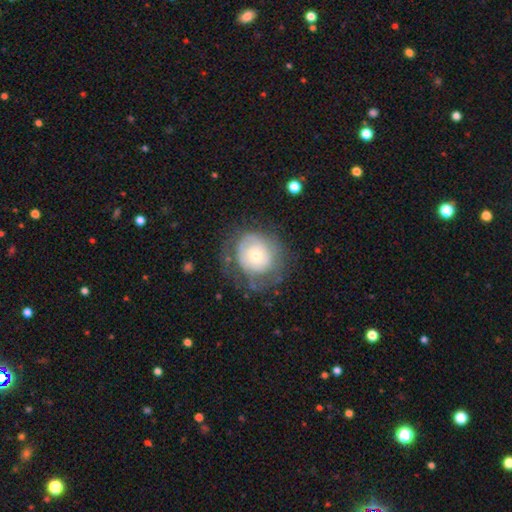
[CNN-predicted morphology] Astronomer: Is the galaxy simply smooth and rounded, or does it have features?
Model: featured or disk — 51% (runner-up: smooth, 42%).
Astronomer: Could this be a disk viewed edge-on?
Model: no — 97%.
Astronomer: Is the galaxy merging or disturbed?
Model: none — 54%.